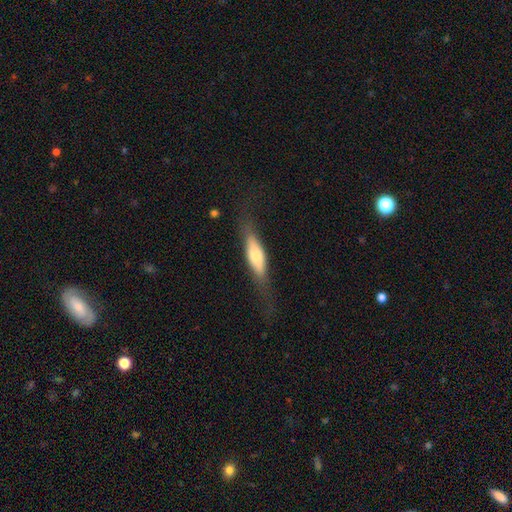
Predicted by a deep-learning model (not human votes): A smooth galaxy with no disk features (53%) that is cigar-shaped (53%). Merging: none (65%).